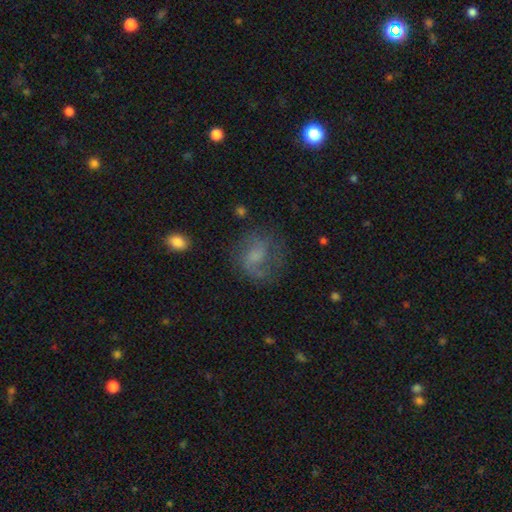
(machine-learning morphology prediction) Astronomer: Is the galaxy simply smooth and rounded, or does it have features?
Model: featured or disk — 52% (runner-up: smooth, 35%).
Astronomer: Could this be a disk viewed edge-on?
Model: no — 97%.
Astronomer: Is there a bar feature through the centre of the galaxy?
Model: no — 48% (runner-up: weak, 42%).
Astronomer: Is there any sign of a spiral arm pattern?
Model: yes — 78%.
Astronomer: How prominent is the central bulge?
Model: small — 32%, tied with none at 32%.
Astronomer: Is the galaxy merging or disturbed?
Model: none — 56%.